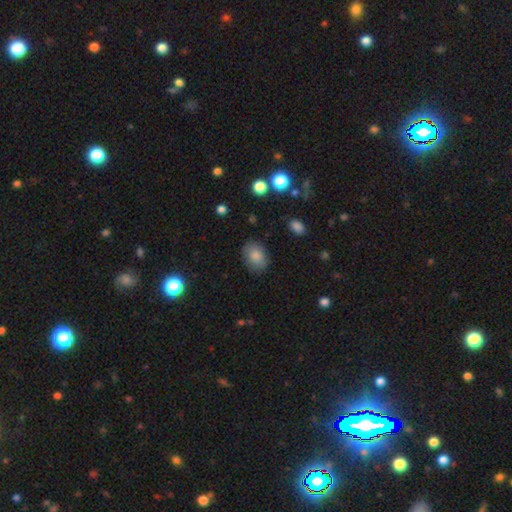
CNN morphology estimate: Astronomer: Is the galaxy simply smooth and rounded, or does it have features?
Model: smooth — 84%.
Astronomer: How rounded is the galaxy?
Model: in between — 70%.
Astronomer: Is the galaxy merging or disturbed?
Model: none — 83%.